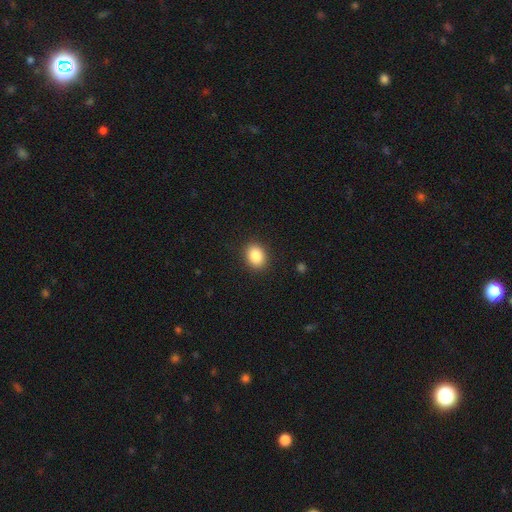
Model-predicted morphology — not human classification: This is clearly a smooth galaxy (87%). How rounded: likely in between (60%). Merging: clearly none (89%).